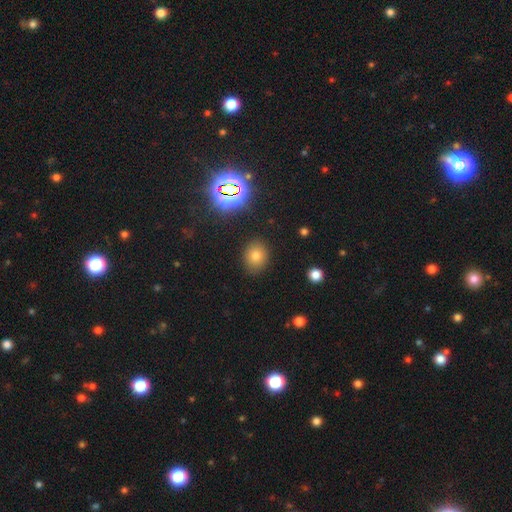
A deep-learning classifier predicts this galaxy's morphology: A smooth galaxy with no disk features (72%) that is round (65%). Merging: none (86%).